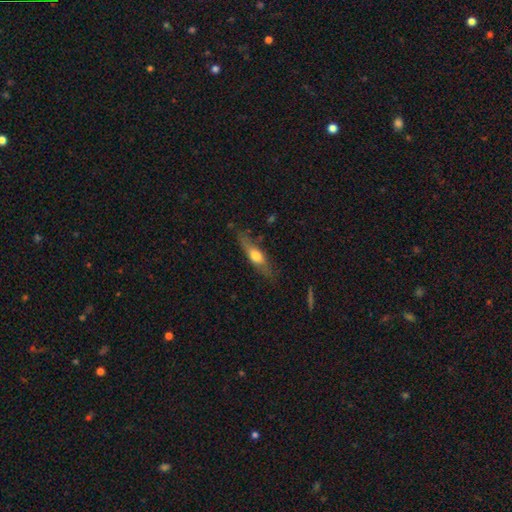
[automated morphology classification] The model was most divided on "smooth or featured": smooth: 55%, featured or disk: 38%, star or artifact: 6%. More confident: merging — none (69%); how rounded — cigar-shaped (63%).